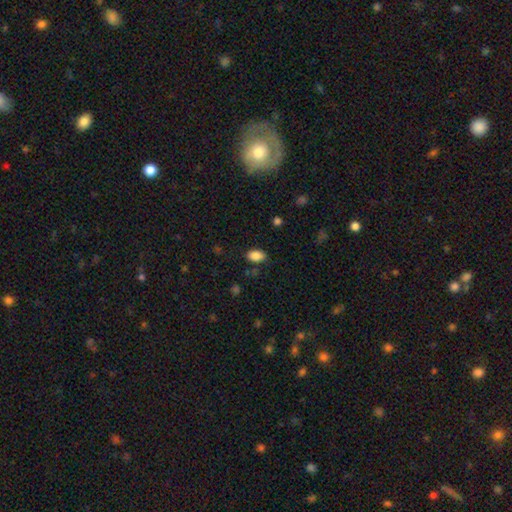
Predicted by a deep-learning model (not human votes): Q: Smooth or featured?
A: smooth (87%); runner-up: star or artifact (8%)
Q: How rounded?
A: in between (91%); runner-up: round (7%)
Q: Merging?
A: none (82%); runner-up: minor disturbance (13%)